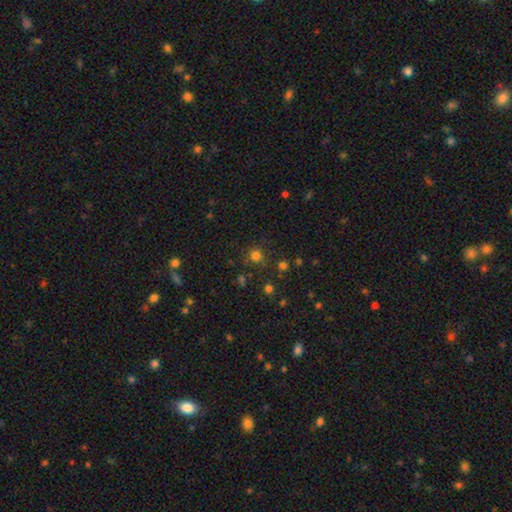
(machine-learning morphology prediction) This appears to be a smooth galaxy with no disk features (71%) that is round (89%). Merging: none (76%).